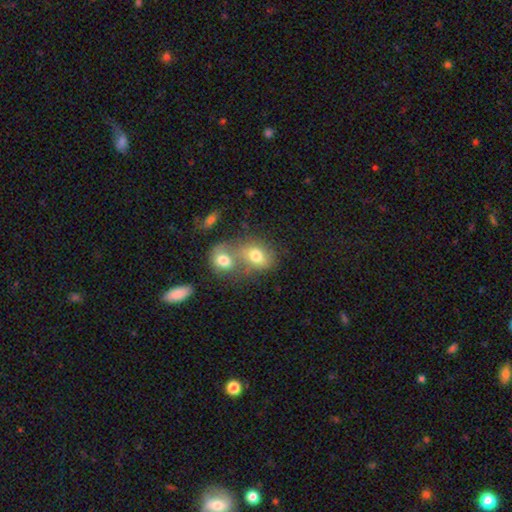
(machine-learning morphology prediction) smooth-or-featured: smooth: 73% | featured or disk: 17% | star or artifact: 10%
  how-rounded: in between: 60% | round: 39% | cigar-shaped: 1%
  merging: merger: 59% | none: 27% | minor disturbance: 9% | major disturbance: 6%